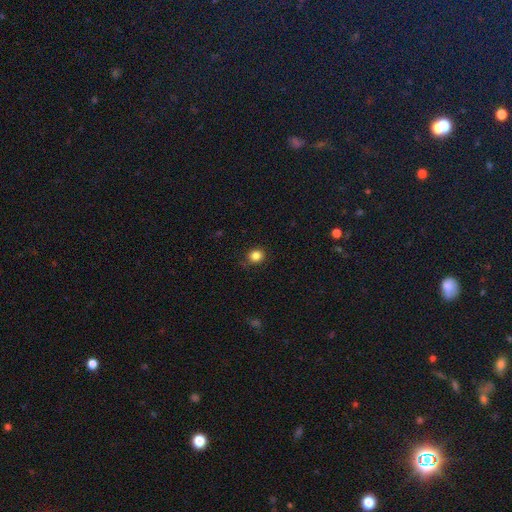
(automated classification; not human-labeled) smooth-or-featured: smooth: 84% | star or artifact: 11% | featured or disk: 4%
  how-rounded: round: 79% | in between: 21% | cigar-shaped: 1%
  merging: none: 83% | minor disturbance: 12% | major disturbance: 3% | merger: 1%